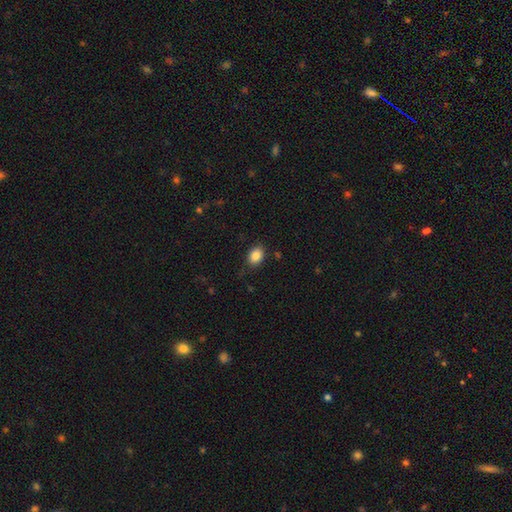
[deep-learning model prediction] Smooth or featured?
  - smooth: 86% *
  - star or artifact: 9%
  - featured or disk: 5%
How rounded?
  - in between: 72% *
  - round: 27%
  - cigar-shaped: 1%
Merging?
  - none: 84% *
  - minor disturbance: 12%
  - major disturbance: 3%
  - merger: 1%